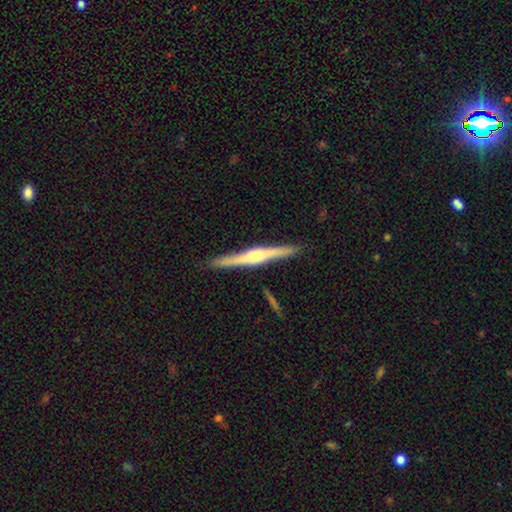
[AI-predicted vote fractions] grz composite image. It shows a featured or disk galaxy (77%) viewed edge-on (98%) with a rounded central bulge (77%). Merging: none (89%).